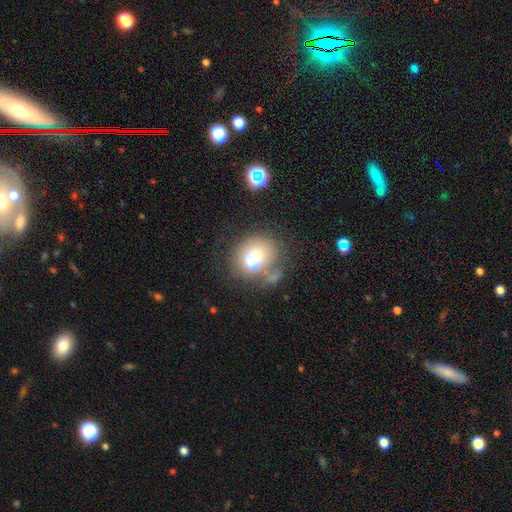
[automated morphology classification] Smooth or featured? smooth (57%)
How rounded? round (65%)
Merging? none (40%)